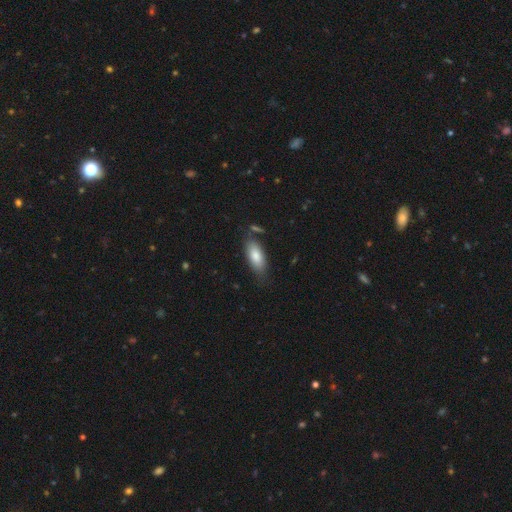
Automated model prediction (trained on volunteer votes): The model was most divided on "merging": none: 72%, minor disturbance: 19%, merger: 5%, major disturbance: 4%. More confident: how rounded — in between (83%); smooth or featured — smooth (81%).